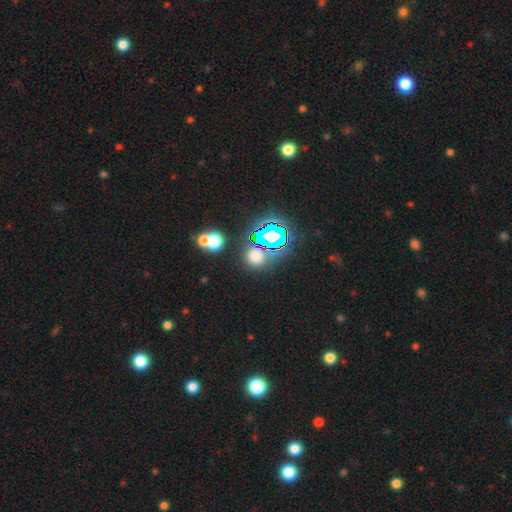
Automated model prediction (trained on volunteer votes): A smooth galaxy with no disk features (50%). Merging: none (68%).